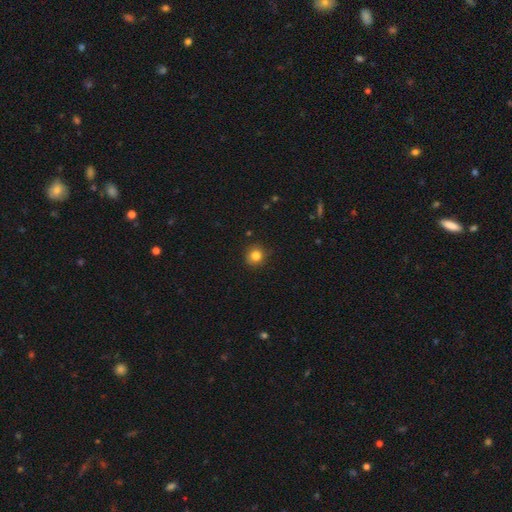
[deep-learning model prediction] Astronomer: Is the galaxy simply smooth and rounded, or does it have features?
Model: smooth — 83%.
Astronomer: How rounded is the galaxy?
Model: round — 90%.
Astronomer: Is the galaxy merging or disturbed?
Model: none — 89%.